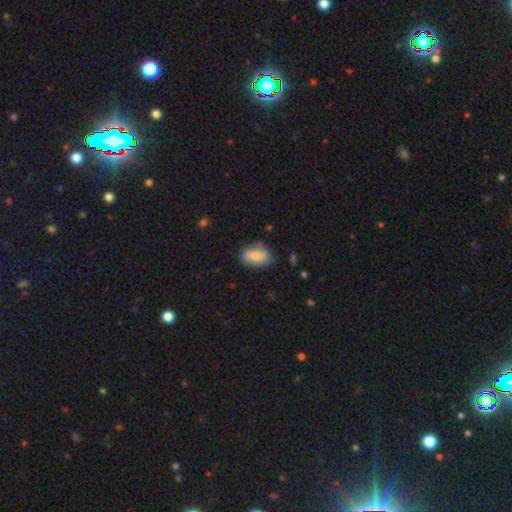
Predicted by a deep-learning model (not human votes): This appears to be a smooth galaxy with no disk features (77%) that is in between round and cigar-shaped (84%). Merging: none (72%).